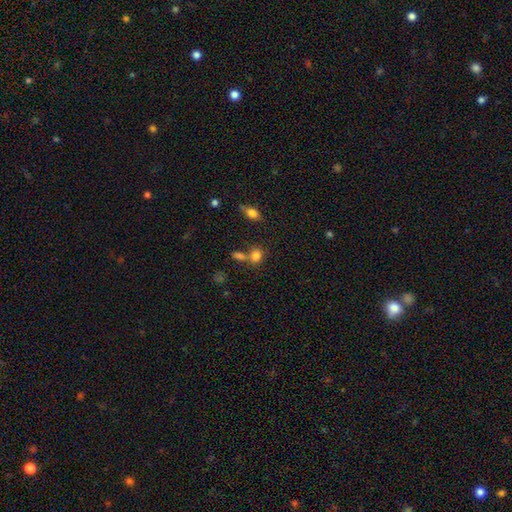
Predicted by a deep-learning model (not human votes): A smooth galaxy with no disk features (80%) that is round (56%). Merging: none (55%).